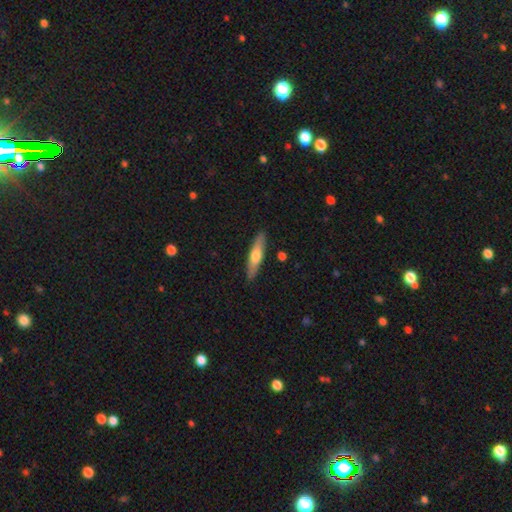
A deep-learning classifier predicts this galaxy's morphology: Q: Smooth or featured?
A: smooth (57%); runner-up: featured or disk (38%)
Q: How rounded?
A: cigar-shaped (79%); runner-up: in between (19%)
Q: Merging?
A: none (89%); runner-up: minor disturbance (8%)